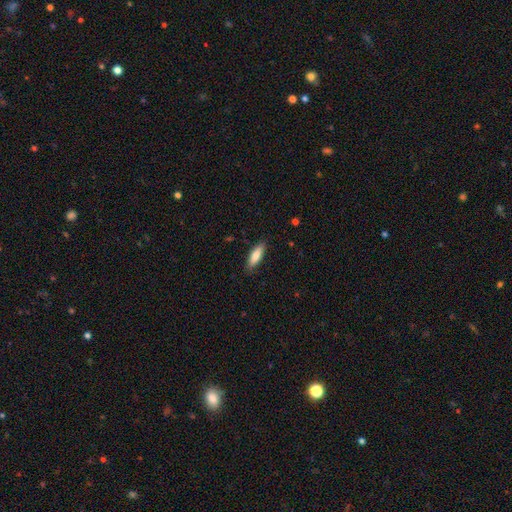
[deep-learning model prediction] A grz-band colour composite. It shows a smooth galaxy with no disk features (82%) that is in between round and cigar-shaped (55%). Merging: none (85%).